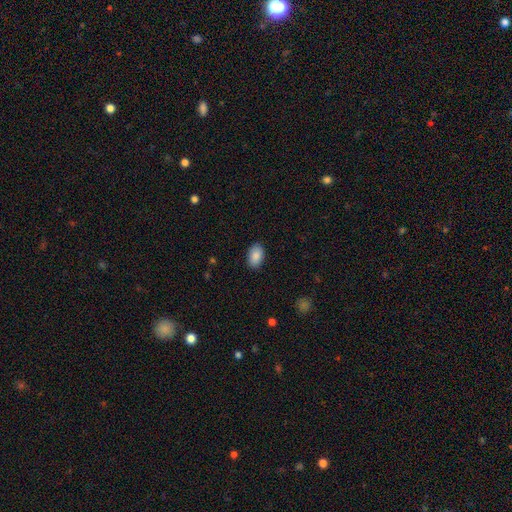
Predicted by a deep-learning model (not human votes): This is clearly a smooth galaxy (89%). How rounded: clearly in between (92%). Merging: clearly none (88%).